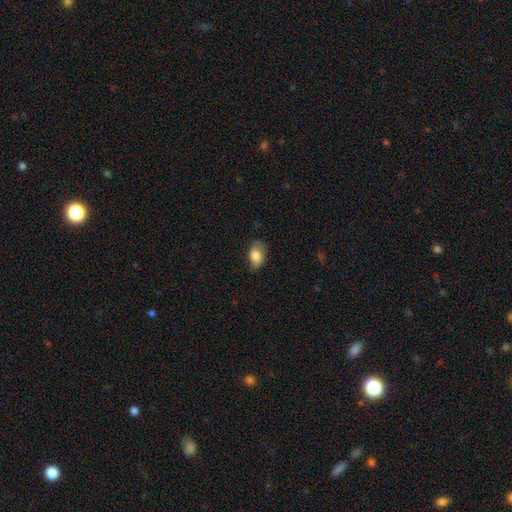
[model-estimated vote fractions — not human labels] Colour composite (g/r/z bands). It shows a smooth galaxy with no disk features (80%) that is in between round and cigar-shaped (87%). Merging: none (66%).